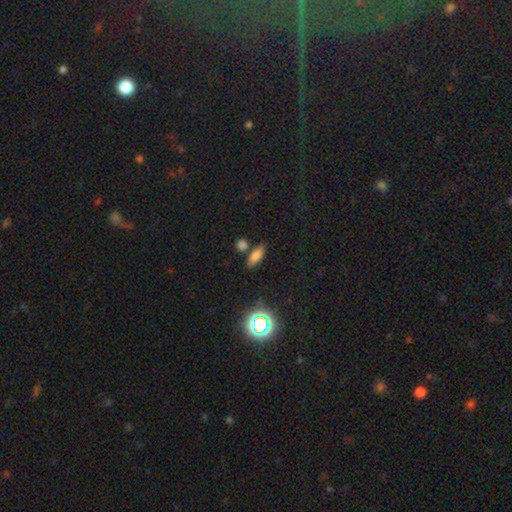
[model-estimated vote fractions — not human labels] smooth_or_featured: smooth (p=0.74) [alt: star or artifact p=0.15]
how_rounded: in between (p=0.64) [alt: cigar-shaped p=0.29]
merging: none (p=0.71) [alt: merger p=0.13]